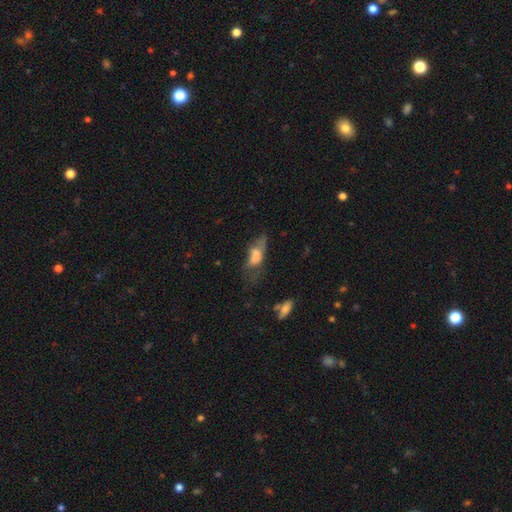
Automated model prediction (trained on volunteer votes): This is possibly a smooth galaxy (59%). How rounded: likely in between (77%). Merging: marginally major disturbance (36%).